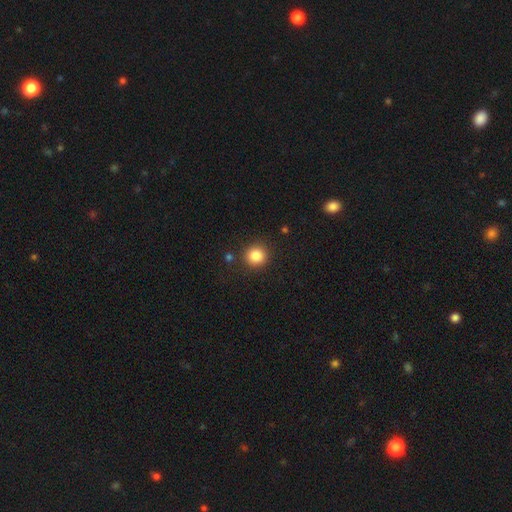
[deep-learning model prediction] Overall: smooth (85%). How rounded: round (90%). Merging: none (87%).